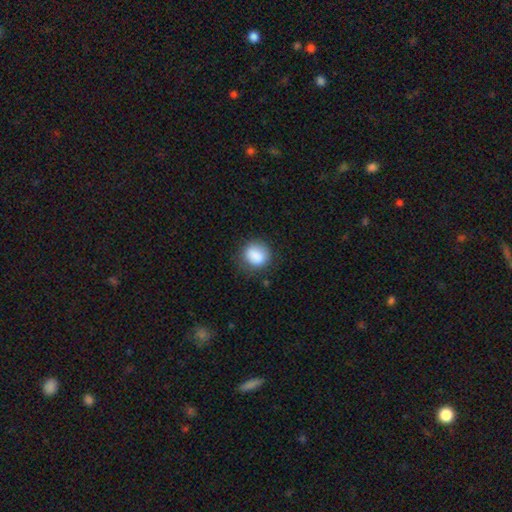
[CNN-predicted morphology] Smooth or featured: smooth — 87% (star or artifact — 8%)
How rounded: round — 74% (in between — 25%)
Merging: none — 78% (minor disturbance — 15%)